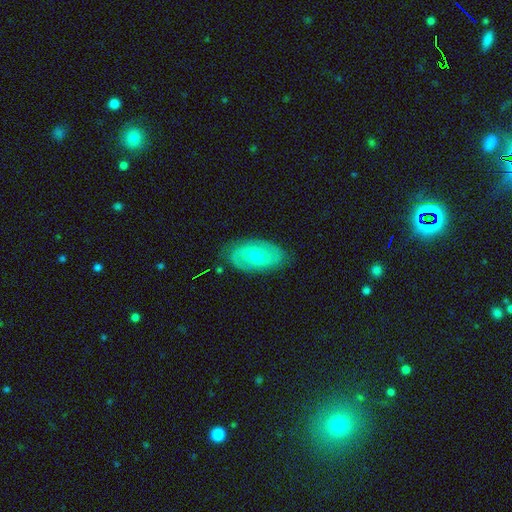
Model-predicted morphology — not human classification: Smooth or featured? featured or disk (66%)
Edge-on disk? no (95%)
Bar? weak (49%)
Spiral arms? yes (86%)
Spiral winding? medium (44%)
Spiral arm count? 2 (83%)
Bulge size? small (54%)
Merging? none (81%)